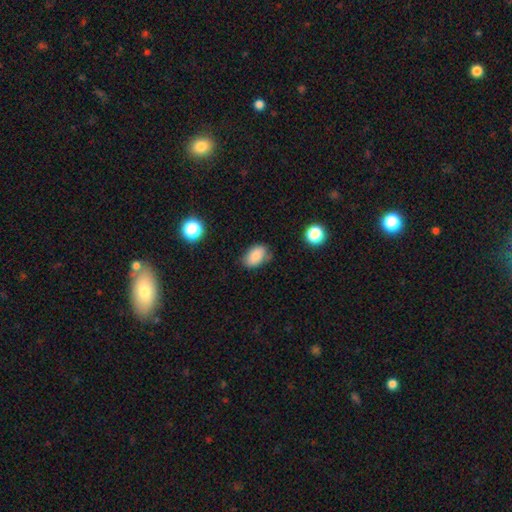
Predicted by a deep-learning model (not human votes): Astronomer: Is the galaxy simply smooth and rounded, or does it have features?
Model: smooth — 85%.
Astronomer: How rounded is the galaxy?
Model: in between — 89%.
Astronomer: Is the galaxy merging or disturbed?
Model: none — 70%.